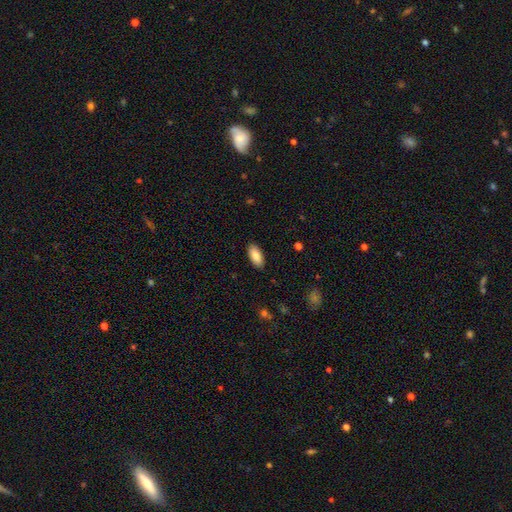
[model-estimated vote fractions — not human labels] A smooth galaxy with no disk features (86%) that is in between round and cigar-shaped (89%). Merging: none (88%).